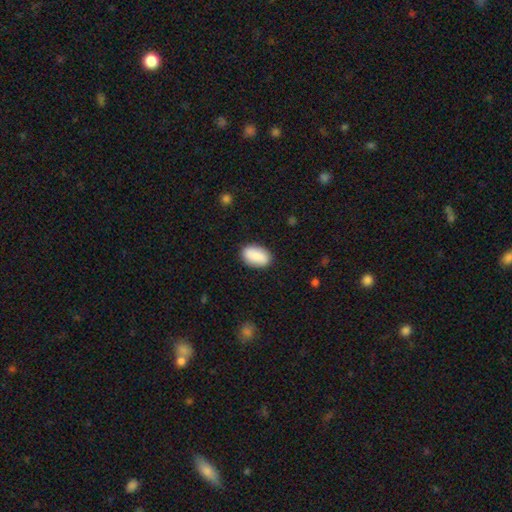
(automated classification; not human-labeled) Smooth or featured?
  - smooth: 89% *
  - star or artifact: 6%
  - featured or disk: 5%
How rounded?
  - in between: 93% *
  - round: 5%
  - cigar-shaped: 2%
Merging?
  - none: 87% *
  - minor disturbance: 9%
  - major disturbance: 2%
  - merger: 1%